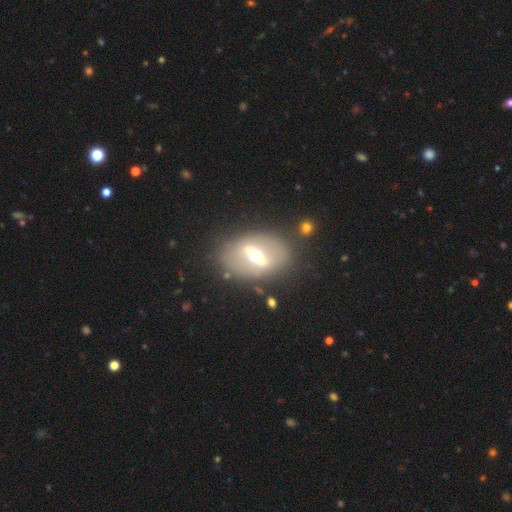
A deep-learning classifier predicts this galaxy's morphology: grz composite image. It shows a featured or disk galaxy (66%) with a strong bar (64%), no spiral arms (83%) and a moderate central bulge (67%). Merging: none (79%).